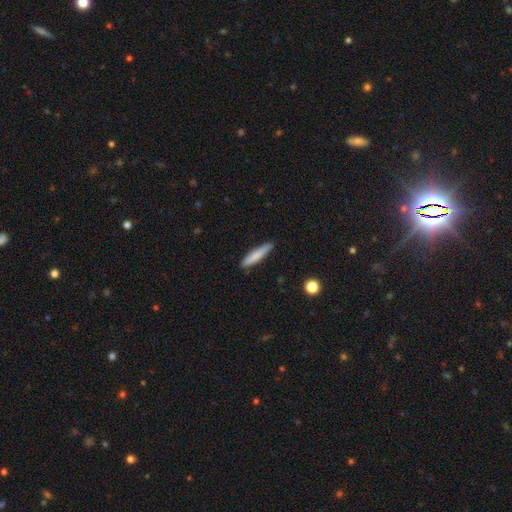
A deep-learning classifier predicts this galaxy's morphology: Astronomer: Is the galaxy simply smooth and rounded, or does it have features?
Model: smooth — 76%.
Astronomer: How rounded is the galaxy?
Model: cigar-shaped — 90%.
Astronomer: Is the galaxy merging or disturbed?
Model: none — 87%.